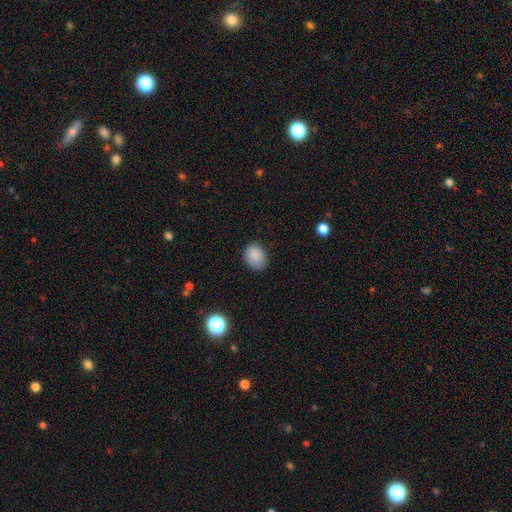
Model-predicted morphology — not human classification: smooth 87%, star or artifact 9%, featured or disk 4%. Down the decision tree: how rounded — in between (60%); merging — none (78%).